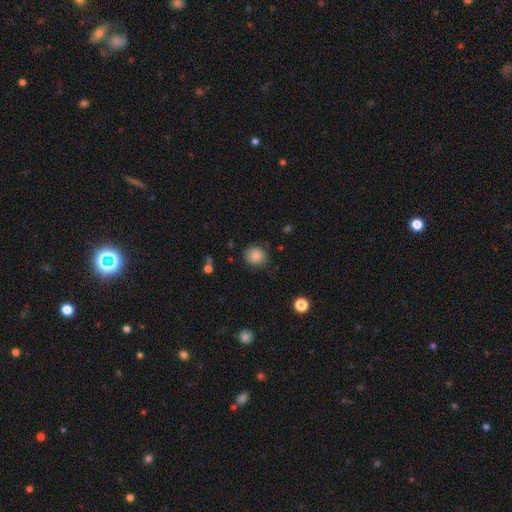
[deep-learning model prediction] smooth 85%, star or artifact 9%, featured or disk 6%. Down the decision tree: how rounded — round (85%); merging — none (79%).